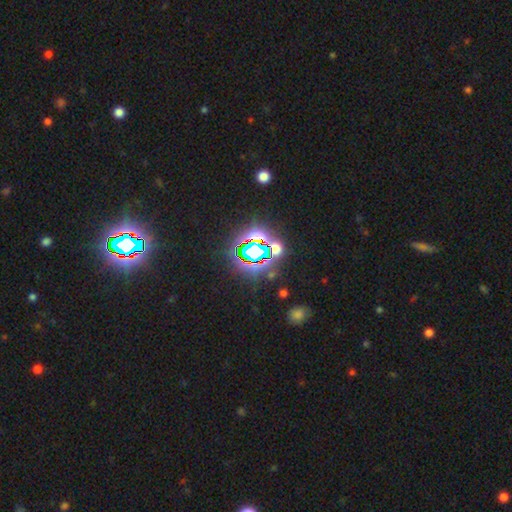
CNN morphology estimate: Smooth or featured?
  - star or artifact: 79% *
  - smooth: 13%
  - featured or disk: 9%